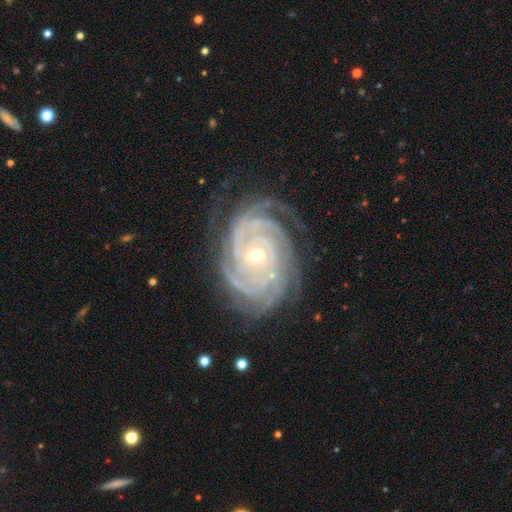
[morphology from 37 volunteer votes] Smooth or featured? featured or disk (92%)
Edge-on disk? no (100%)
Bar? no (50%)
Spiral arms? yes (100%)
Spiral winding? tight (85%)
Spiral arm count? 4 (50%)
Bulge size? small (82%)
Merging? none (78%)